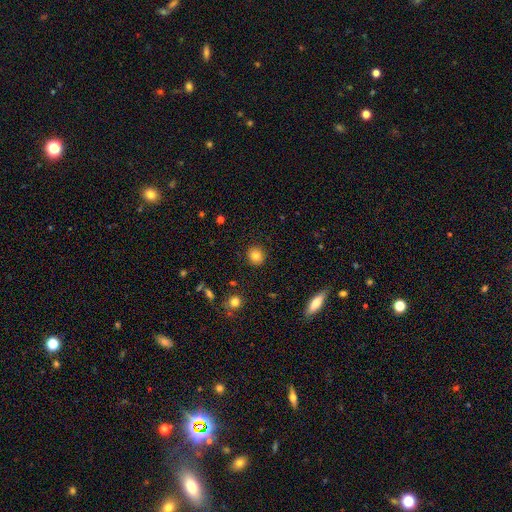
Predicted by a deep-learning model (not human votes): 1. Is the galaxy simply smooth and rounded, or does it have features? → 82% smooth, 11% star or artifact, 7% featured or disk.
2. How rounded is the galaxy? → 92% round, 7% in between, 1% cigar-shaped.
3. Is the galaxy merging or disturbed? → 91% none, 6% minor disturbance, 2% major disturbance, 1% merger.